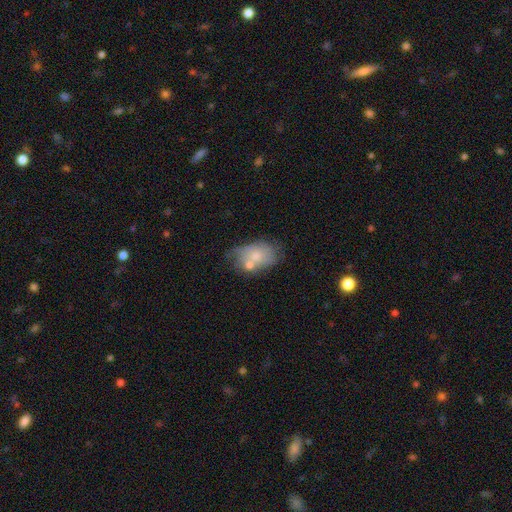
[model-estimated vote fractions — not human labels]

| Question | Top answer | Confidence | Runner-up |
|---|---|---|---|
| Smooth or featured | smooth | 63% | featured or disk (30%) |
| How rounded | in between | 84% | round (14%) |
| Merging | none | 35% | merger (28%) |